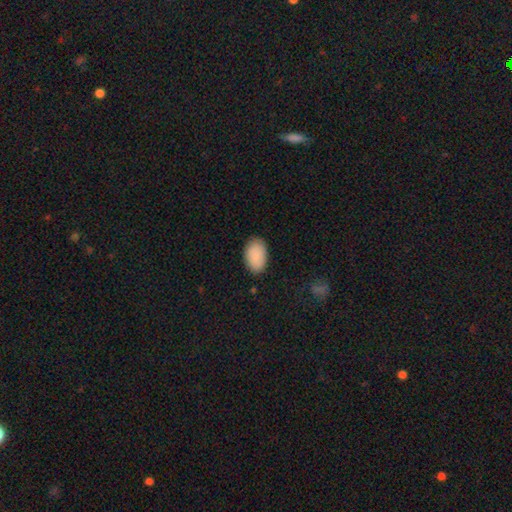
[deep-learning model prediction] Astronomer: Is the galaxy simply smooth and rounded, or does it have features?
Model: smooth — 90%.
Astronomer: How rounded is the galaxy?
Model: in between — 92%.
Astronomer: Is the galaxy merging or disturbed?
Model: none — 84%.